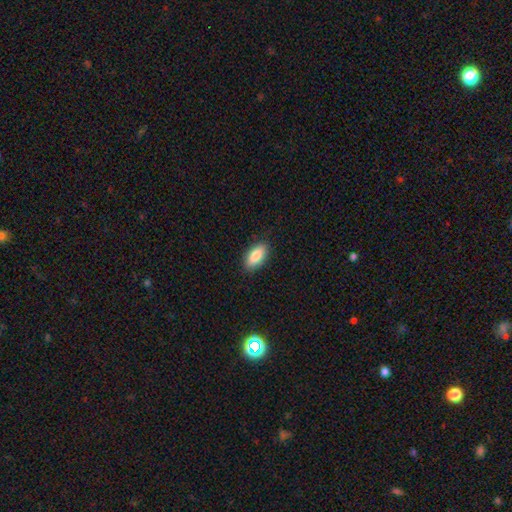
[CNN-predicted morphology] Smooth or featured? smooth (85%)
How rounded? in between (87%)
Merging? none (88%)